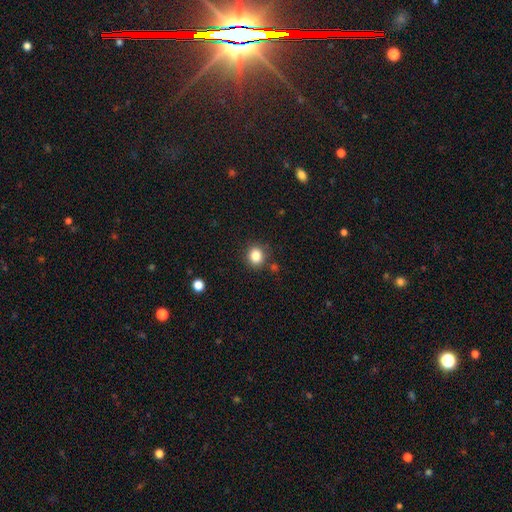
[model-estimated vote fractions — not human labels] Morphology: type=smooth (84%); roundness=round (77%); merging=none (85%).